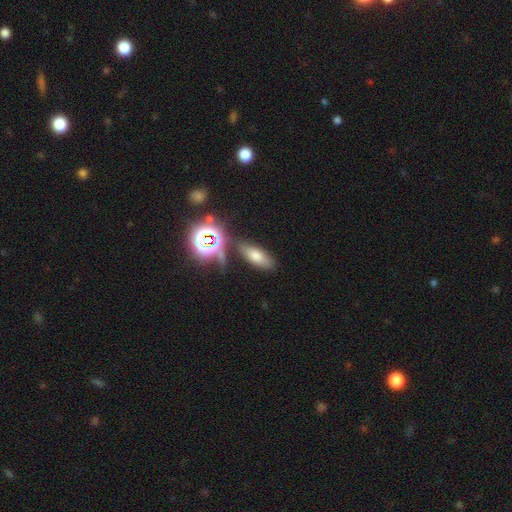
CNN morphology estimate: Smooth or featured: smooth — 57% (star or artifact — 26%)
How rounded: in between — 68% (cigar-shaped — 22%)
Merging: none — 76% (minor disturbance — 12%)